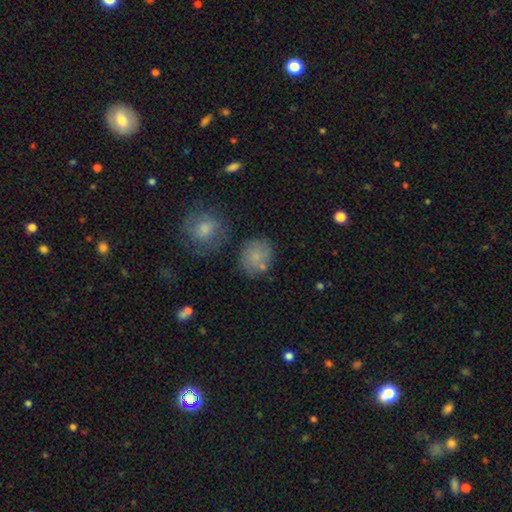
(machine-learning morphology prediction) This appears to be a smooth galaxy with no disk features (75%) that is round (79%). Merging: none (71%).